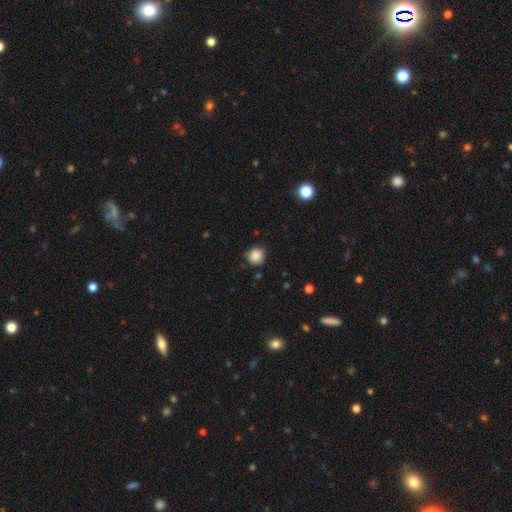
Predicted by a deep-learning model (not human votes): Q: Smooth or featured?
A: smooth (87%); runner-up: star or artifact (10%)
Q: How rounded?
A: round (92%); runner-up: in between (7%)
Q: Merging?
A: none (83%); runner-up: minor disturbance (12%)